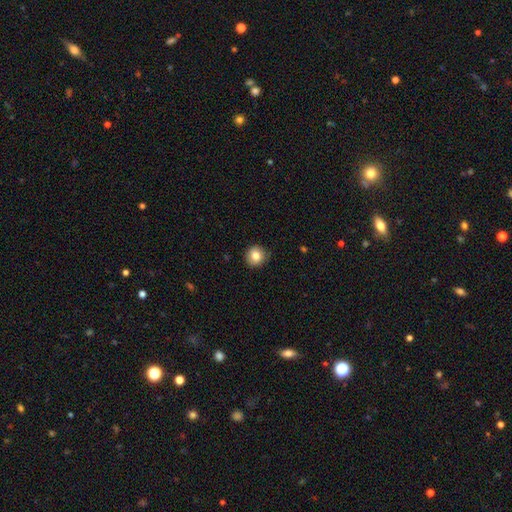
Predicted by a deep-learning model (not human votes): smooth-or-featured: smooth: 83% | star or artifact: 9% | featured or disk: 8%
  how-rounded: round: 89% | in between: 10% | cigar-shaped: 1%
  merging: none: 88% | minor disturbance: 9% | major disturbance: 2% | merger: 1%